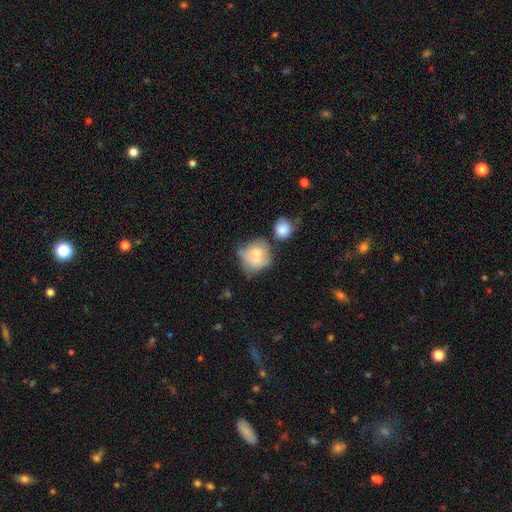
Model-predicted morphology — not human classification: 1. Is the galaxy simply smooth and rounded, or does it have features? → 69% smooth, 22% featured or disk, 9% star or artifact.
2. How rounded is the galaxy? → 77% round, 22% in between, 1% cigar-shaped.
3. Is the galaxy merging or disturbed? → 43% none, 27% minor disturbance, 17% merger, 13% major disturbance.